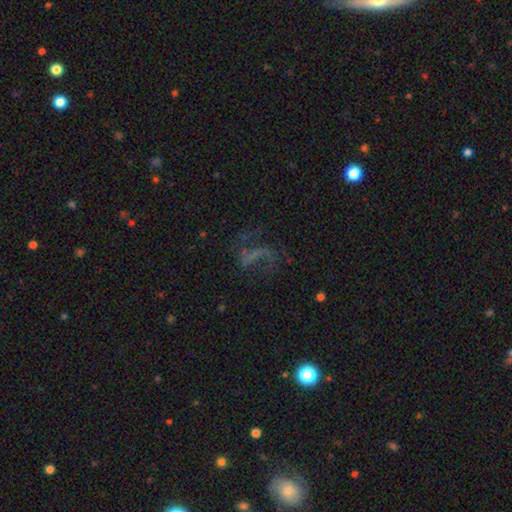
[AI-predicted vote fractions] A featured or disk galaxy (54%) with no bar (49%), spiral arms (59%) and no central bulge (77%). Merging: none (46%).